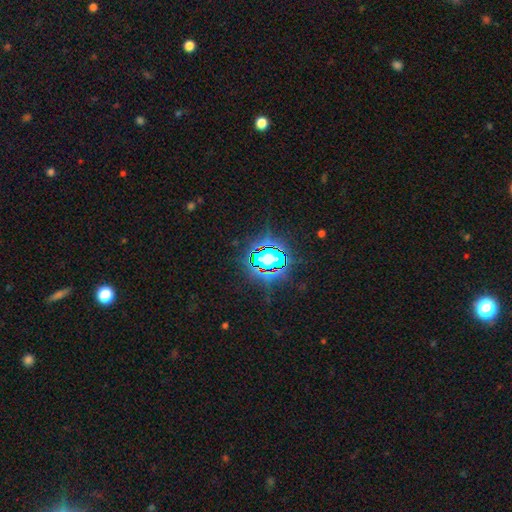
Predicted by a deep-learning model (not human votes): This is likely a star or artifact rather than a galaxy (78%).